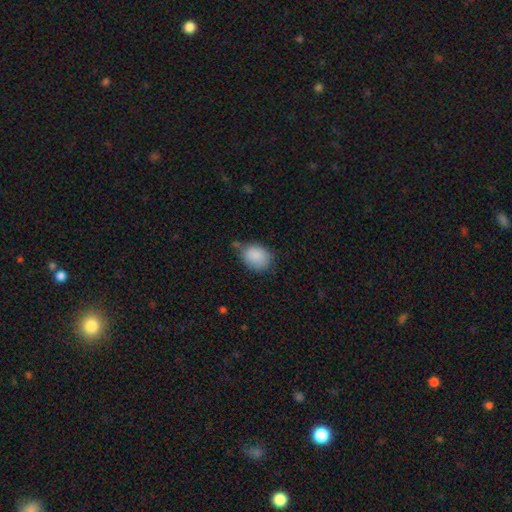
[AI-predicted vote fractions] A smooth galaxy with no disk features (88%) that is in between round and cigar-shaped (54%).

Vote fractions:
- Smooth or featured? smooth: 88% / star or artifact: 8% / featured or disk: 5%
- How rounded? in between: 54% / round: 45% / cigar-shaped: 1%
- Merging? none: 59% / minor disturbance: 28% / major disturbance: 6% / merger: 6%